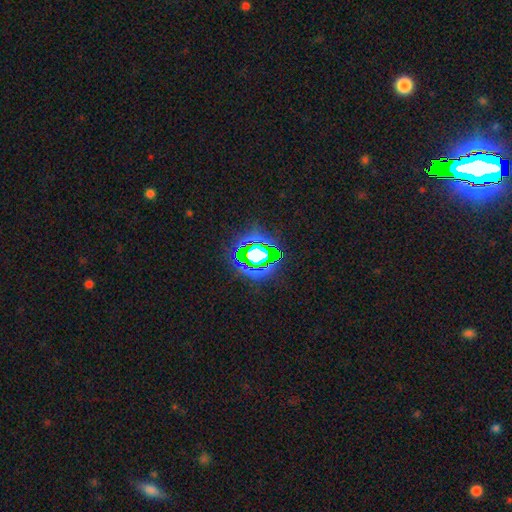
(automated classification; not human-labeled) Smooth or featured: star or artifact — 63% (smooth — 21%)